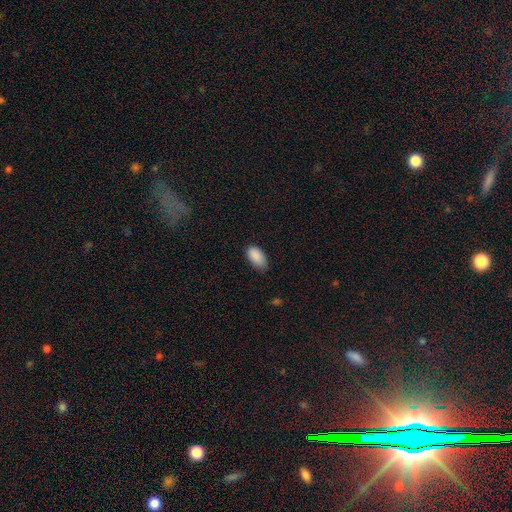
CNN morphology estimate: The model was most divided on "merging": none: 73%, minor disturbance: 23%, major disturbance: 3%, merger: 1%. More confident: how rounded — in between (95%); smooth or featured — smooth (90%).